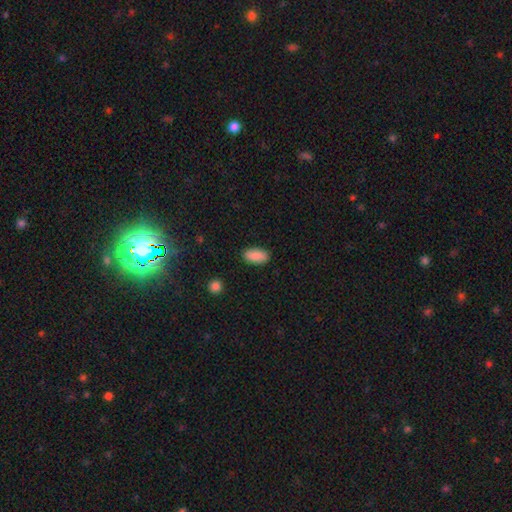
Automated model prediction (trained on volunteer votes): Smooth or featured? Predicted: smooth (p=0.90). How rounded? Predicted: in between (p=0.93). Merging? Predicted: none (p=0.88).